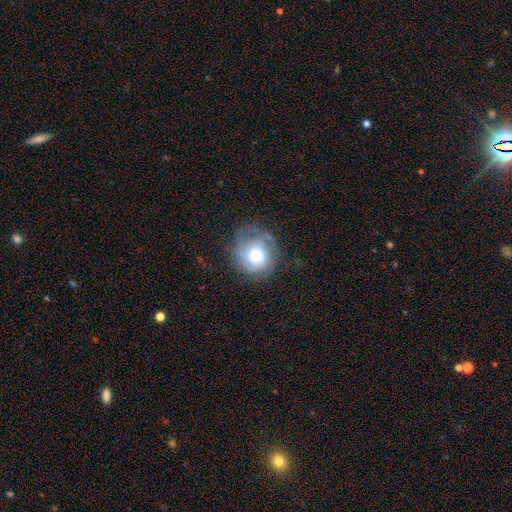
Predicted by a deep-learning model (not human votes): This is possibly a featured or disk galaxy (50%). It is clearly not viewed edge-on (97%). Merging: possibly none (60%).